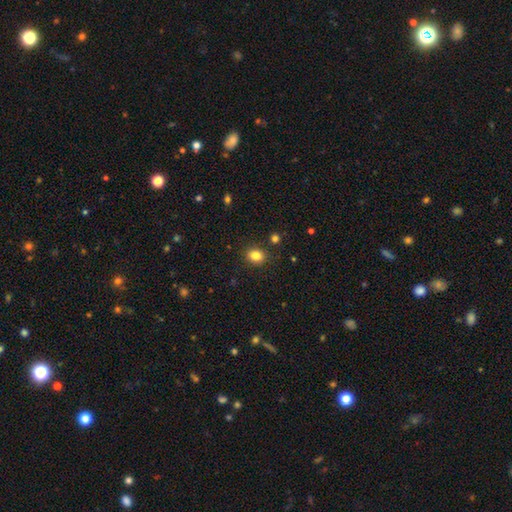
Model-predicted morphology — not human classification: type=smooth (84%); roundness=round (55%); merging=none (87%).